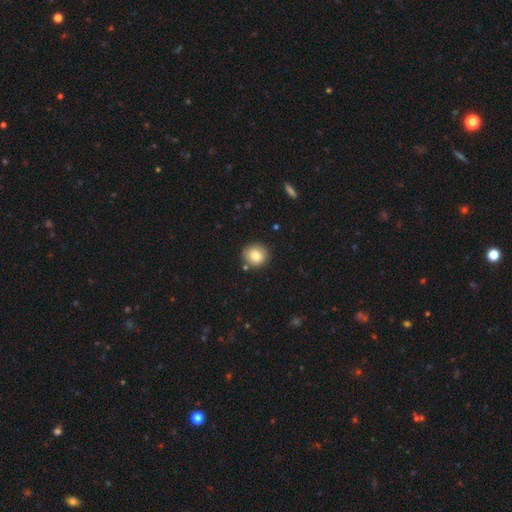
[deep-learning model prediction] smooth_or_featured: smooth (p=0.80) [alt: featured or disk p=0.11]
how_rounded: round (p=0.90) [alt: in between p=0.10]
merging: none (p=0.85) [alt: minor disturbance p=0.09]